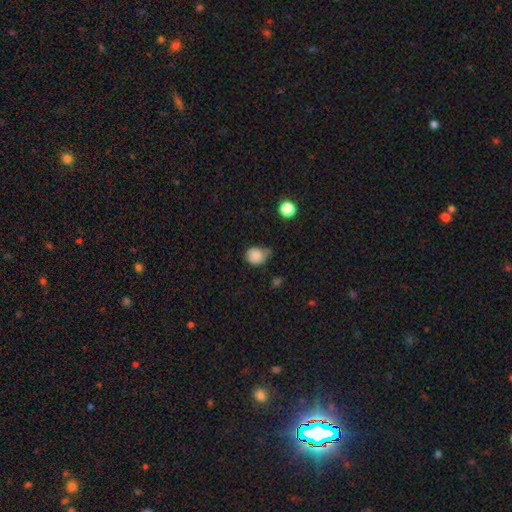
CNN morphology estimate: smooth-or-featured: smooth: 82% | star or artifact: 9% | featured or disk: 9%
  how-rounded: round: 66% | in between: 33% | cigar-shaped: 1%
  merging: minor disturbance: 44% | none: 36% | major disturbance: 17% | merger: 4%